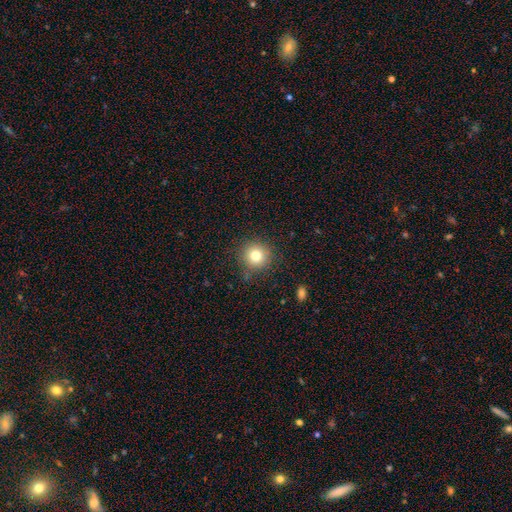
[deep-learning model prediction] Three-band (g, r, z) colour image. It shows a smooth galaxy with no disk features (78%) that is round (94%). Merging: none (86%).